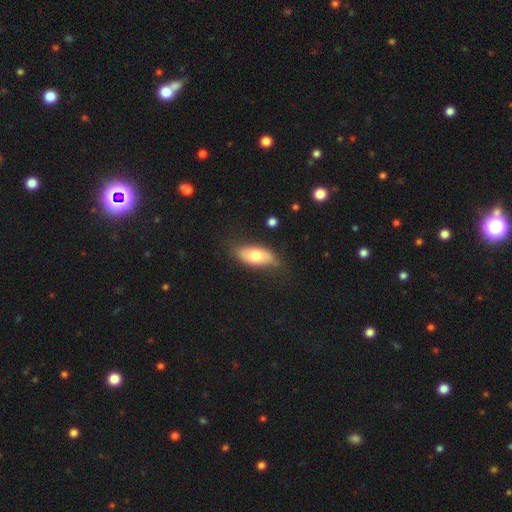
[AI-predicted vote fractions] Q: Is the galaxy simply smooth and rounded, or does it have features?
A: smooth — 67%.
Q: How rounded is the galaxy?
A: in between — 87%.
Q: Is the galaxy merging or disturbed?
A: none — 73%.